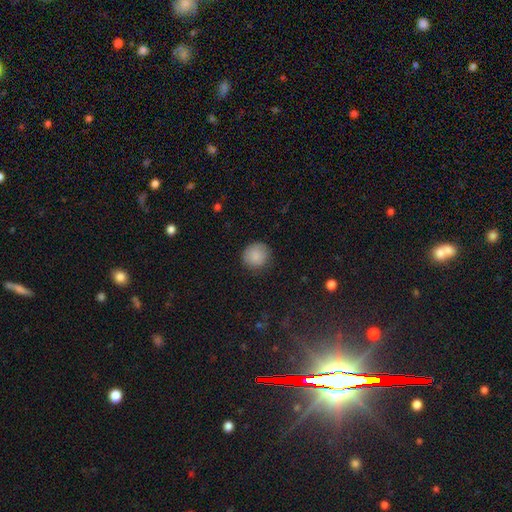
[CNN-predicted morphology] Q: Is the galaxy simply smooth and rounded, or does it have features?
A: smooth — 87%.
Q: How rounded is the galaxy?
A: round — 92%.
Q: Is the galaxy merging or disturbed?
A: none — 87%.